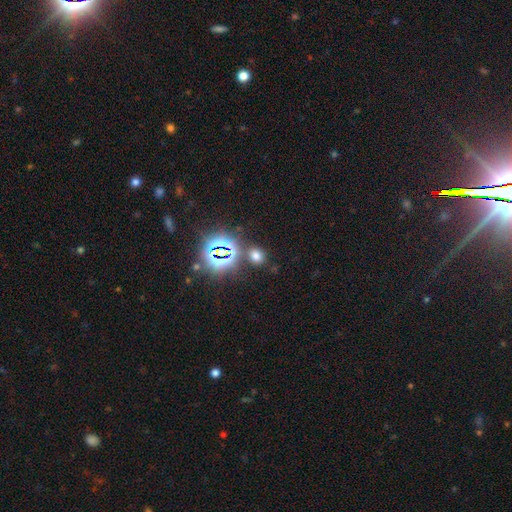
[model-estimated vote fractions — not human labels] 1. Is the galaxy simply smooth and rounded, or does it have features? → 62% smooth, 32% star or artifact, 6% featured or disk.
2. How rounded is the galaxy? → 65% round, 34% in between, 1% cigar-shaped.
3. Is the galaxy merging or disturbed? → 81% none, 9% minor disturbance, 7% merger, 3% major disturbance.